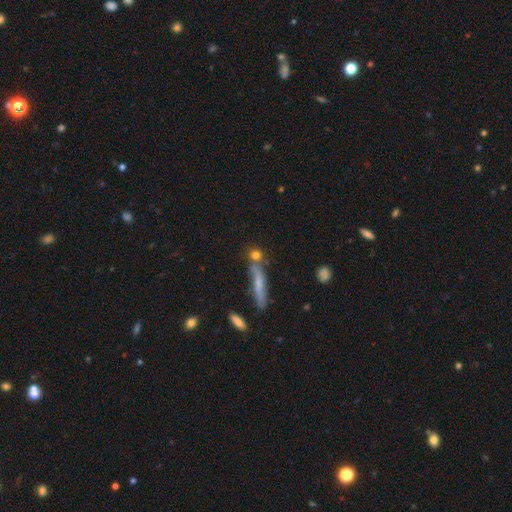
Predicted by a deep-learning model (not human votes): Smooth or featured?
  - smooth: 70% *
  - featured or disk: 18%
  - star or artifact: 12%
How rounded?
  - round: 52% *
  - cigar-shaped: 31%
  - in between: 17%
Merging?
  - none: 62% *
  - merger: 21%
  - minor disturbance: 12%
  - major disturbance: 5%